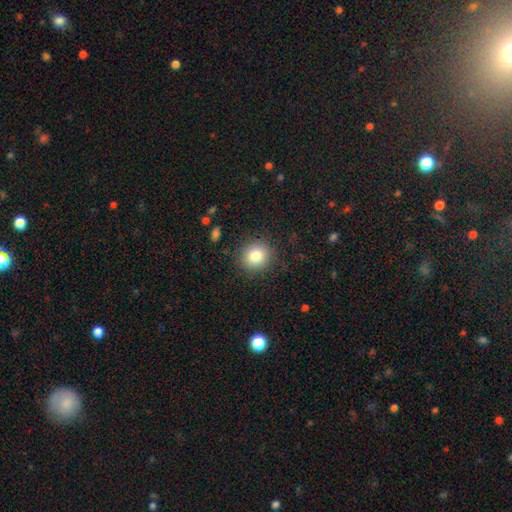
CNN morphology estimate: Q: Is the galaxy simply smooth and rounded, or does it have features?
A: smooth — 82%.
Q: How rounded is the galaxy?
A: round — 88%.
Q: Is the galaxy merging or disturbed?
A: none — 88%.